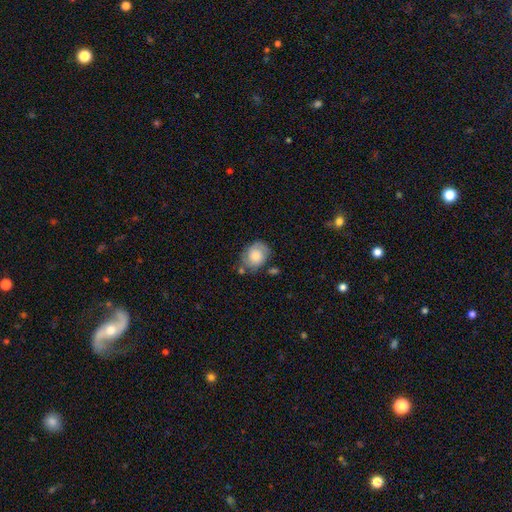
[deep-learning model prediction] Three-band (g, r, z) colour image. It shows a smooth galaxy with no disk features (64%) that is round (50%). Merging: none (57%).